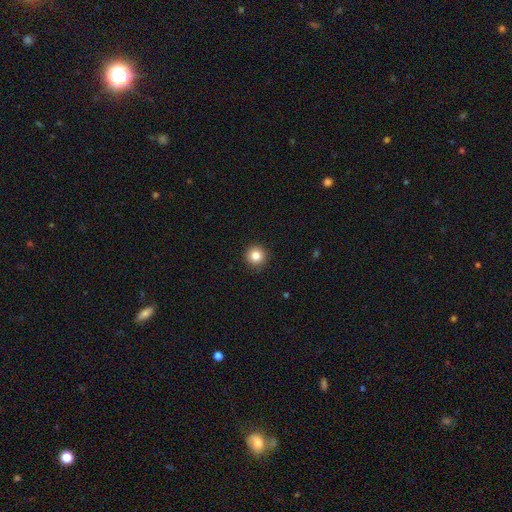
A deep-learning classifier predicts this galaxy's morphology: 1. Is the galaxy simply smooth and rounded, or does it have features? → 85% smooth, 10% star or artifact, 5% featured or disk.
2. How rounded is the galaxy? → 96% round, 4% in between, 1% cigar-shaped.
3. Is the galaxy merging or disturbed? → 92% none, 5% minor disturbance, 2% major disturbance, 1% merger.